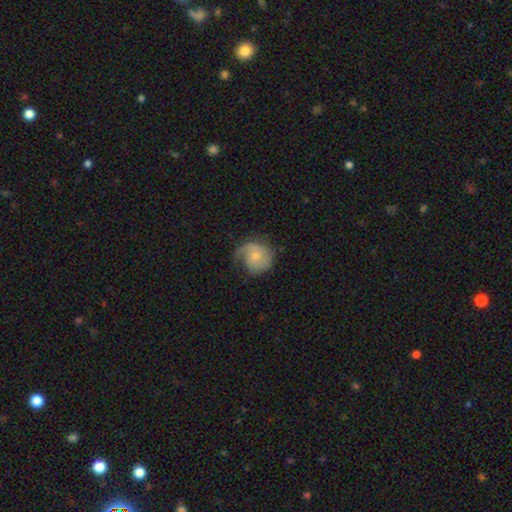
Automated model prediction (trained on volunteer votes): This is possibly a featured or disk galaxy (55%). It is clearly not viewed edge-on (98%). Bar: likely no (74%). Spiral arm pattern: clearly yes (86%). Central bulge: possibly small (53%). Merging: possibly none (51%).